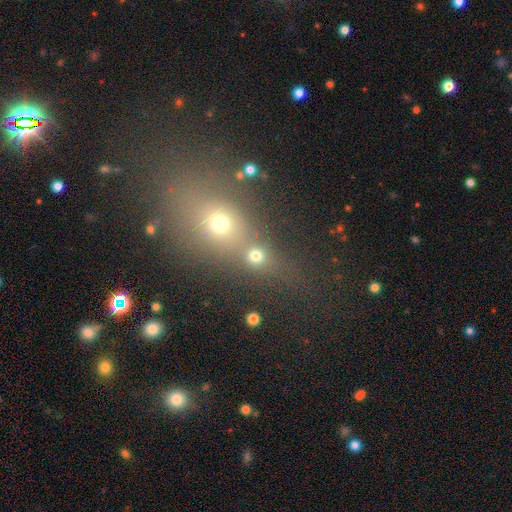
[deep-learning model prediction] smooth_or_featured: smooth (p=0.72) [alt: star or artifact p=0.19]
how_rounded: round (p=0.78) [alt: in between p=0.20]
merging: merger (p=0.45) [tied with: none p=0.45]